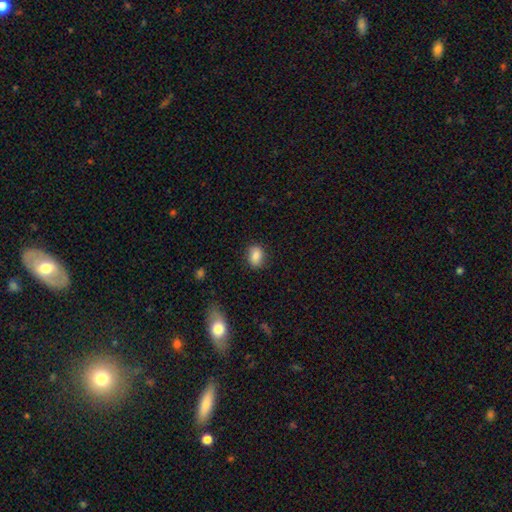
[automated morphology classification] A smooth galaxy with no disk features (84%) that is in between round and cigar-shaped (72%). Merging: none (82%).